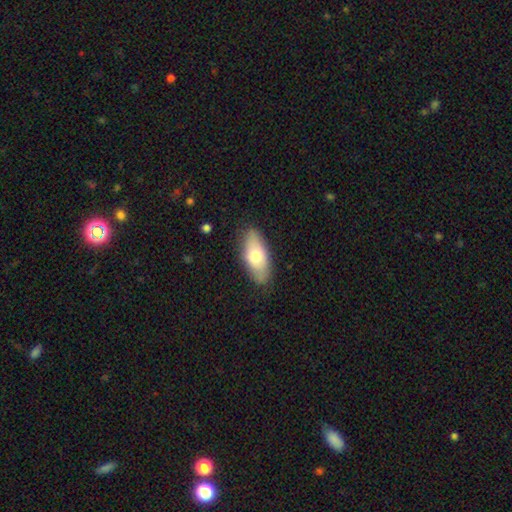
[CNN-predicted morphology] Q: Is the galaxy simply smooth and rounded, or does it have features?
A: smooth — 68%.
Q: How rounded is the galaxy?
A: in between — 86%.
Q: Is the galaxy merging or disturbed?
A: none — 81%.